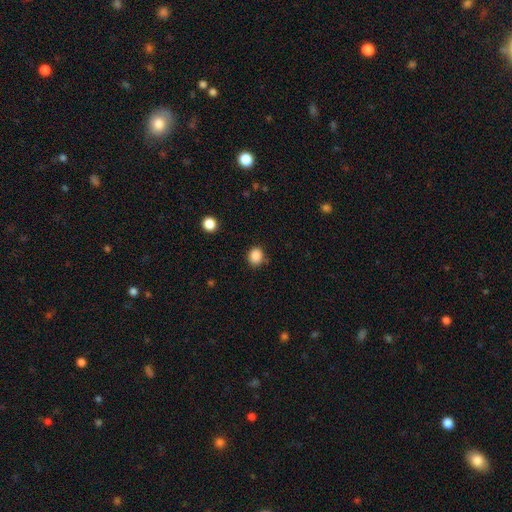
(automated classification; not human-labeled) Smooth or featured?
  - smooth: 87% *
  - star or artifact: 10%
  - featured or disk: 3%
How rounded?
  - round: 65% *
  - in between: 34%
  - cigar-shaped: 1%
Merging?
  - none: 80% *
  - minor disturbance: 14%
  - major disturbance: 3%
  - merger: 3%